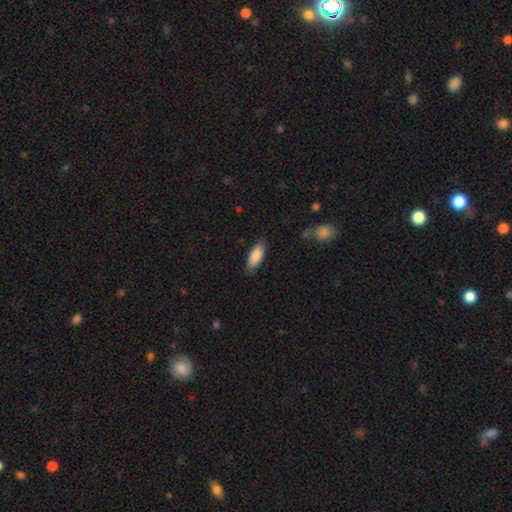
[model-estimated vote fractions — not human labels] smooth-or-featured: smooth: 87% | featured or disk: 7% | star or artifact: 6%
  how-rounded: in between: 78% | cigar-shaped: 20% | round: 2%
  merging: none: 83% | minor disturbance: 13% | major disturbance: 3% | merger: 1%